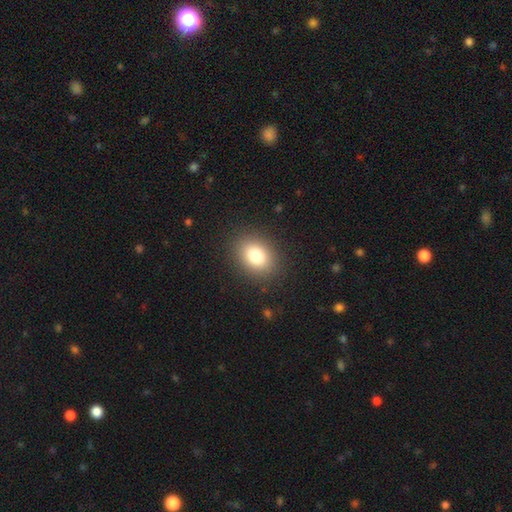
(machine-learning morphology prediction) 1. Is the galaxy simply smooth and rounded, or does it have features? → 81% smooth, 11% star or artifact, 8% featured or disk.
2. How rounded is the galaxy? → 58% in between, 41% round, 1% cigar-shaped.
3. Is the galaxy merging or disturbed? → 88% none, 8% minor disturbance, 3% major disturbance, 1% merger.